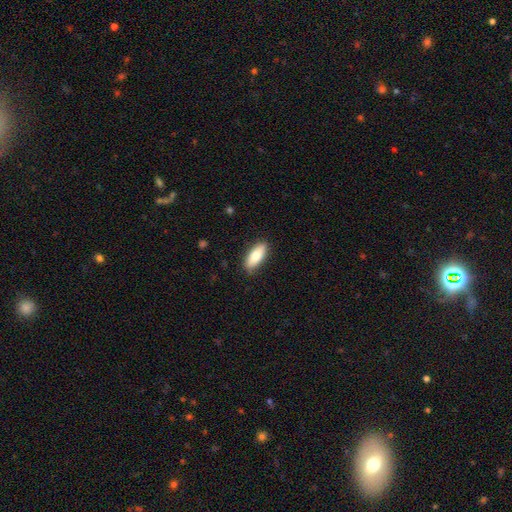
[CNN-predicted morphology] type=smooth (79%); roundness=in between (75%); merging=none (86%).